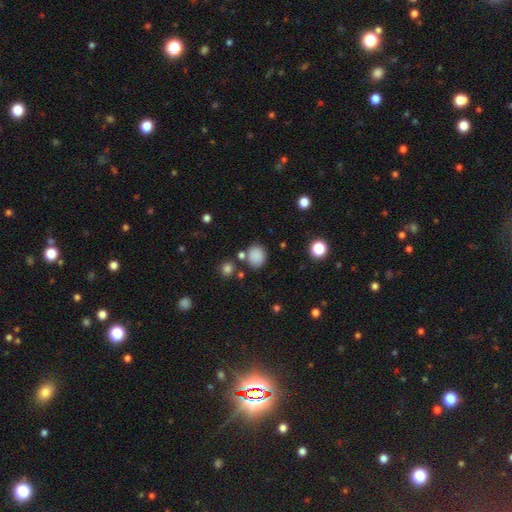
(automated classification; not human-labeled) Morphology: type=smooth (84%); roundness=round (70%); merging=none (76%).